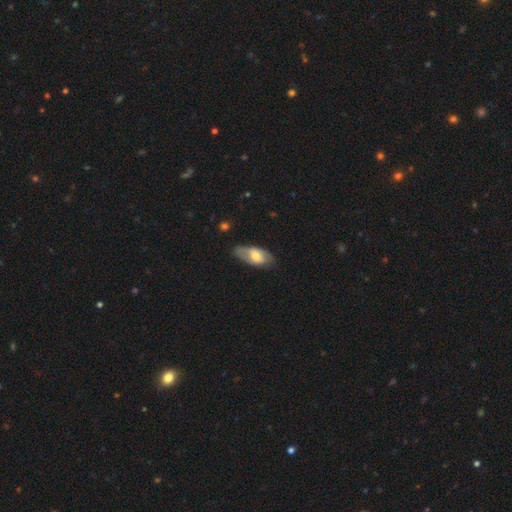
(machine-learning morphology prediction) Smooth or featured? Predicted: smooth (p=0.49). Merging? Predicted: none (p=0.65).